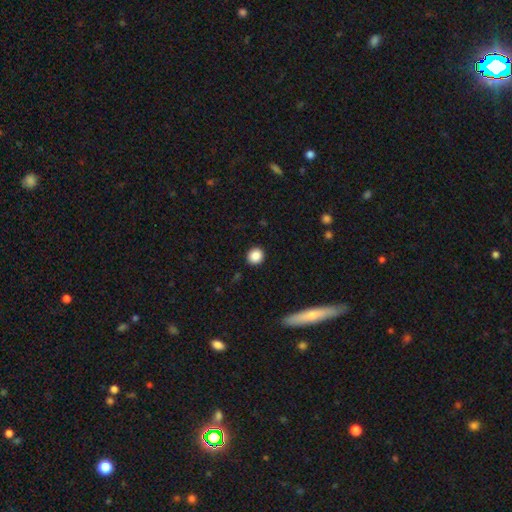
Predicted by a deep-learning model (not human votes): A smooth galaxy with no disk features (87%) that is round (87%). Merging: none (91%).